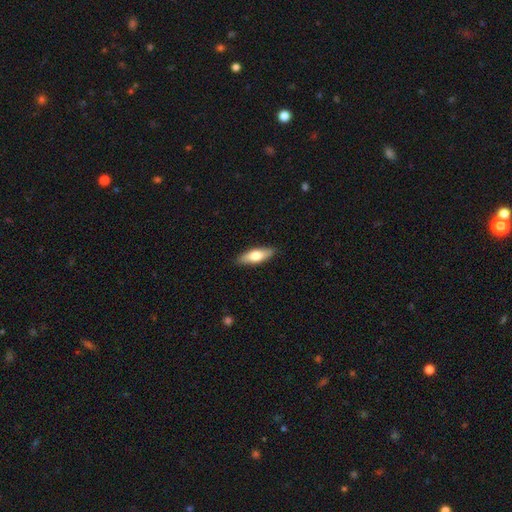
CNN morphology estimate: Overall: smooth (66%; featured or disk 28%). How rounded: in between (60%; cigar-shaped 38%). Merging: none (88%).